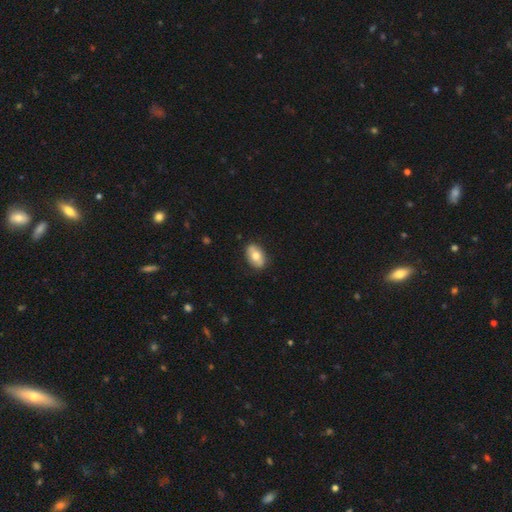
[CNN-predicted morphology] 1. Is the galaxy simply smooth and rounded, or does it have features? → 69% smooth, 24% featured or disk, 7% star or artifact.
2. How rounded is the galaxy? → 90% in between, 8% round, 2% cigar-shaped.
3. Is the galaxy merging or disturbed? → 86% none, 11% minor disturbance, 2% major disturbance, 1% merger.